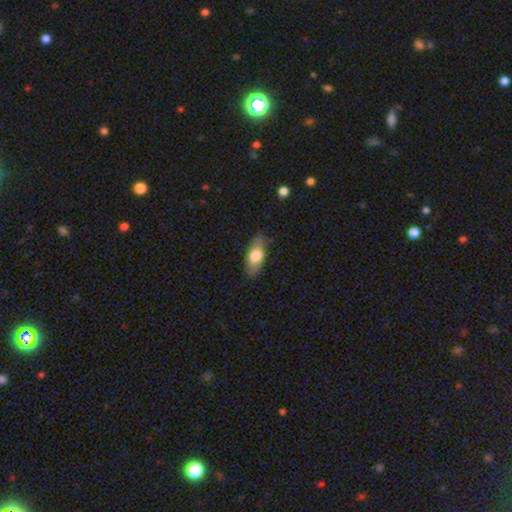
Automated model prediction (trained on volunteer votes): Q: Smooth or featured?
A: smooth (73%); runner-up: featured or disk (21%)
Q: How rounded?
A: in between (85%); runner-up: cigar-shaped (11%)
Q: Merging?
A: none (82%); runner-up: minor disturbance (14%)